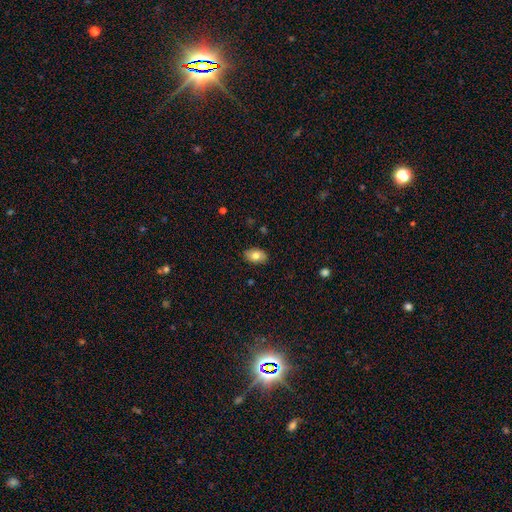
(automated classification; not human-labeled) A smooth galaxy with no disk features (76%) that is in between round and cigar-shaped (88%).

Vote fractions:
- Smooth or featured? smooth: 76% / featured or disk: 17% / star or artifact: 7%
- How rounded? in between: 88% / round: 11% / cigar-shaped: 1%
- Merging? none: 87% / minor disturbance: 10% / major disturbance: 2% / merger: 1%